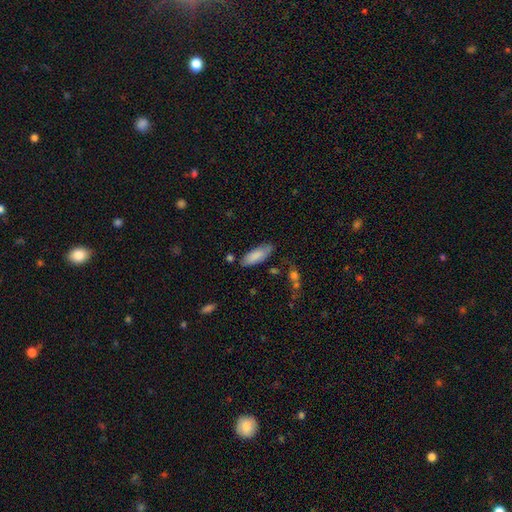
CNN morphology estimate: Smooth or featured: smooth — 84% (featured or disk — 10%)
How rounded: in between — 73% (cigar-shaped — 26%)
Merging: none — 71% (minor disturbance — 20%)